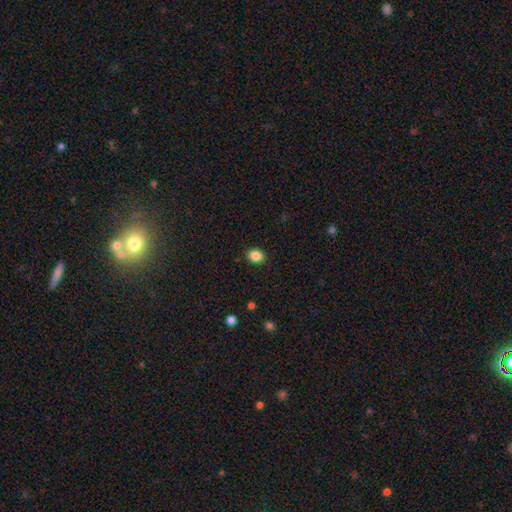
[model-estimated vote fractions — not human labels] This appears to be a smooth galaxy with no disk features (86%) that is round (52%). Merging: none (90%).